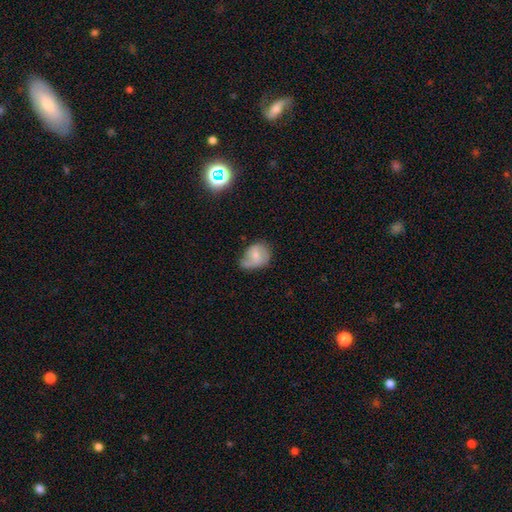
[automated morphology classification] The model was most divided on "merging": none: 40%, minor disturbance: 39%, major disturbance: 16%, merger: 5%. More confident: smooth or featured — smooth (51%); how rounded — in between (50%).